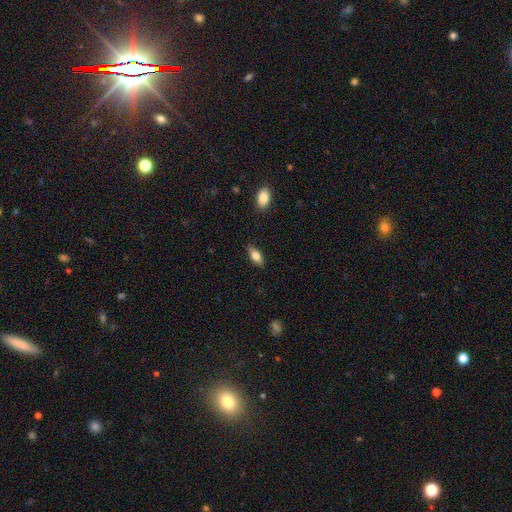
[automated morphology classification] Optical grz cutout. It shows a smooth galaxy with no disk features (70%) that is in between round and cigar-shaped (76%). Merging: none (85%).